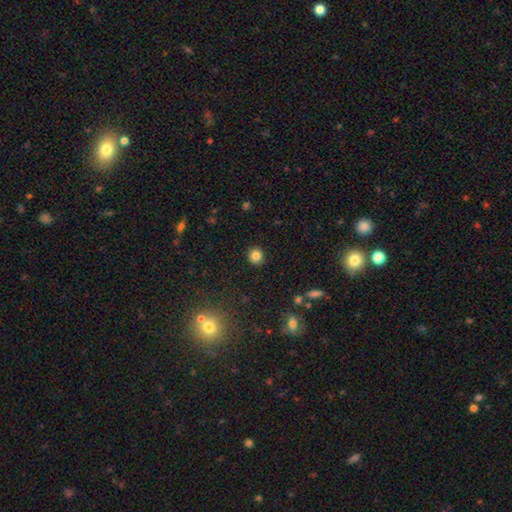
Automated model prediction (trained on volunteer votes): Smooth or featured?
  - smooth: 84% *
  - star or artifact: 12%
  - featured or disk: 4%
How rounded?
  - round: 88% *
  - in between: 11%
  - cigar-shaped: 1%
Merging?
  - none: 92% *
  - minor disturbance: 5%
  - major disturbance: 2%
  - merger: 1%